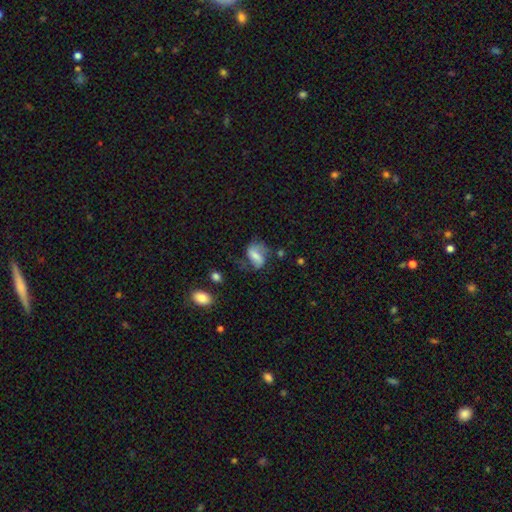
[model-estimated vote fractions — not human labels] Smooth or featured? Predicted: featured or disk (p=0.55). Edge-on disk? Predicted: no (p=0.96). Bar? Predicted: strong (p=0.40). Spiral arms? Predicted: yes (p=0.83). Bulge size? Predicted: small (p=0.36). Merging? Predicted: none (p=0.49).